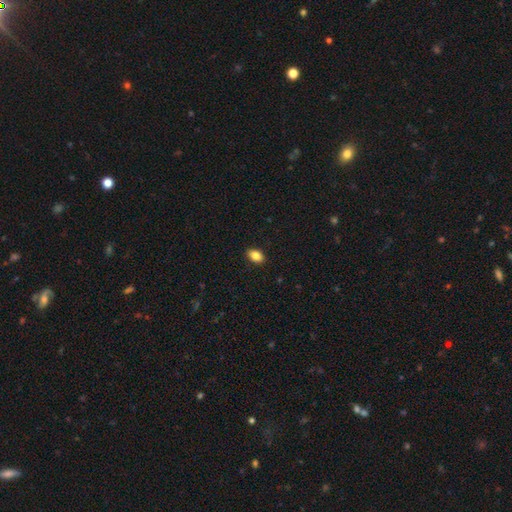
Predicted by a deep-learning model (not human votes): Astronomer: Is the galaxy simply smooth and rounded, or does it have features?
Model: smooth — 86%.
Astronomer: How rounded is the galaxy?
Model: in between — 85%.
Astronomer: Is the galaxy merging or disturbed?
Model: none — 89%.